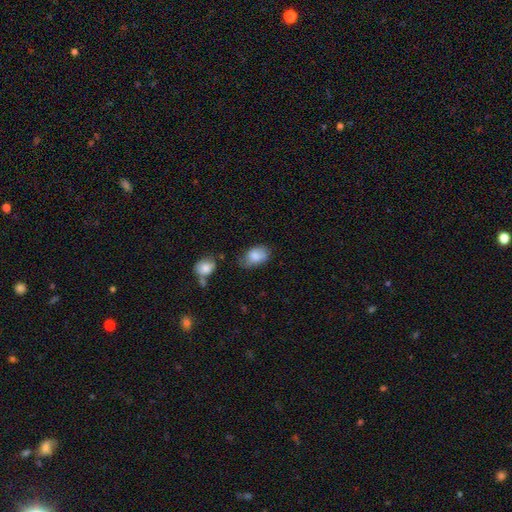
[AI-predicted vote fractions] The model was most divided on "merging": none: 52%, minor disturbance: 34%, major disturbance: 9%, merger: 4%. More confident: how rounded — in between (86%); smooth or featured — smooth (82%).